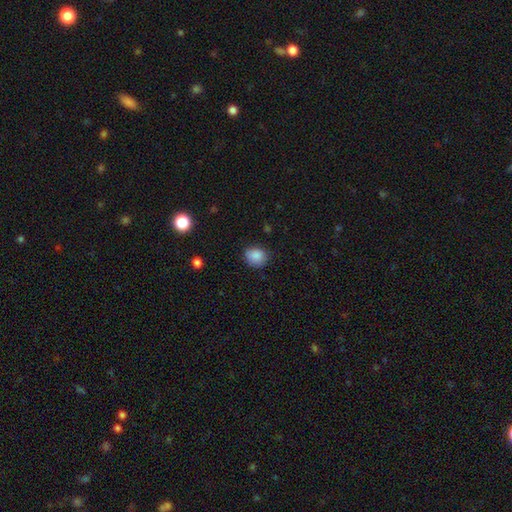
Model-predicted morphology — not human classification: type=smooth (87%); roundness=round (64%); merging=none (79%).